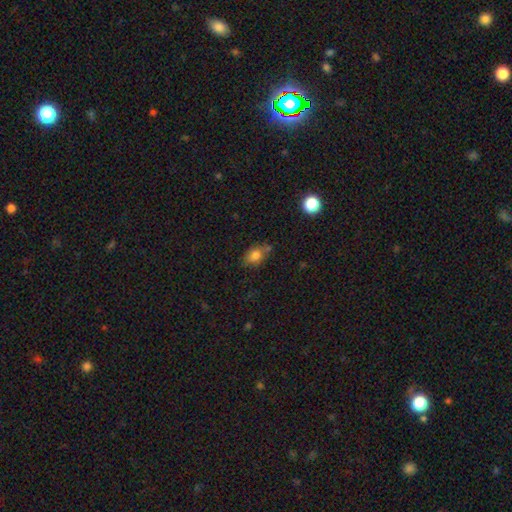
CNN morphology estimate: smooth_or_featured: smooth (p=0.78) [alt: featured or disk p=0.11]
how_rounded: in between (p=0.79) [alt: round p=0.18]
merging: none (p=0.64) [alt: minor disturbance p=0.21]